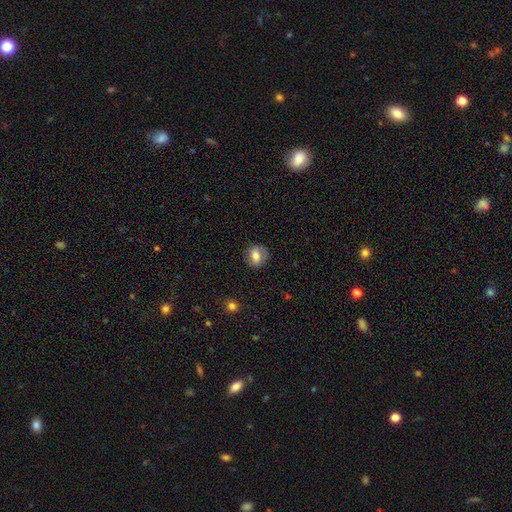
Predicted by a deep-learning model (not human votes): smooth-or-featured: smooth: 73% | featured or disk: 18% | star or artifact: 9%
  how-rounded: round: 64% | in between: 34% | cigar-shaped: 1%
  merging: none: 83% | minor disturbance: 12% | major disturbance: 4% | merger: 1%